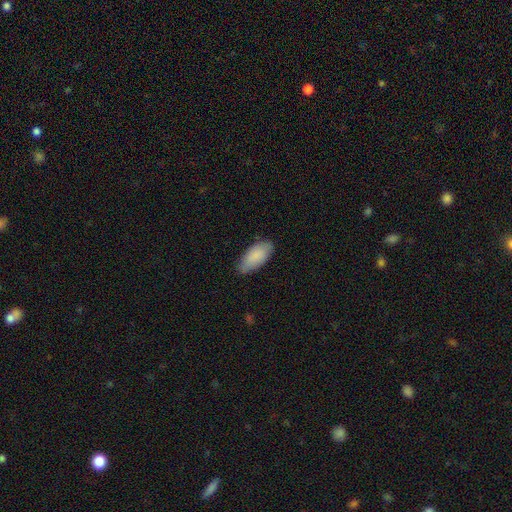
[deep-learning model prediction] Smooth or featured? Predicted: smooth (p=0.87). How rounded? Predicted: in between (p=0.90). Merging? Predicted: none (p=0.78).